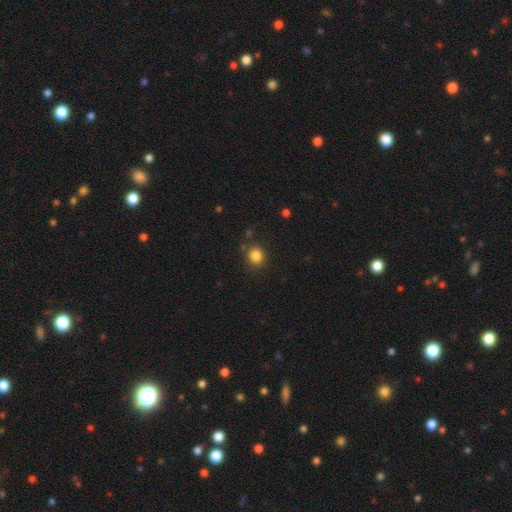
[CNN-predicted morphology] A smooth galaxy with no disk features (84%) that is round (78%).

Vote fractions:
- Smooth or featured? smooth: 84% / star or artifact: 12% / featured or disk: 4%
- How rounded? round: 78% / in between: 21% / cigar-shaped: 1%
- Merging? none: 84% / minor disturbance: 10% / merger: 3% / major disturbance: 3%